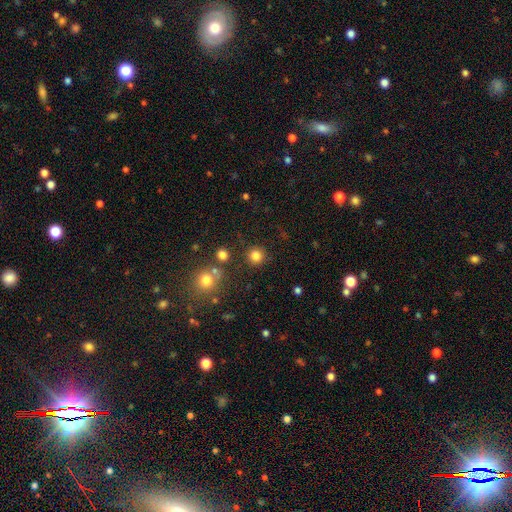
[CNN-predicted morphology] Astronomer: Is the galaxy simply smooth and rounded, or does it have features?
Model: smooth — 82%.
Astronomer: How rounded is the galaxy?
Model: round — 94%.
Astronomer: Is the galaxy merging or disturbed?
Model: none — 87%.